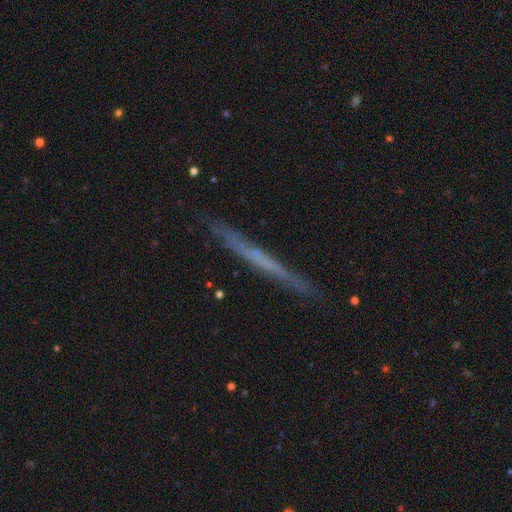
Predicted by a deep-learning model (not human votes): featured or disk 59%, smooth 32%, star or artifact 9%. Down the decision tree: edge-on disk — yes (96%); edge-on bulge — none (81%); merging — none (89%).